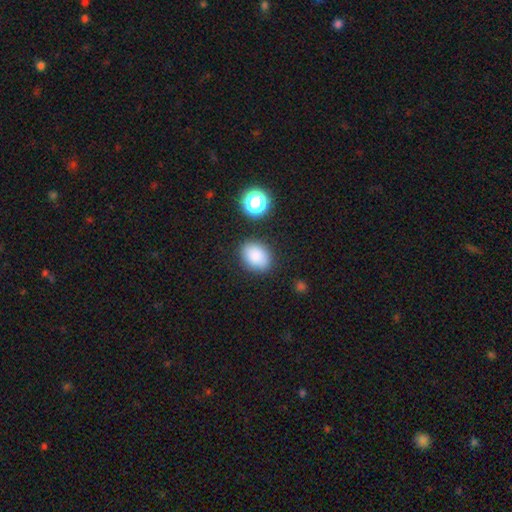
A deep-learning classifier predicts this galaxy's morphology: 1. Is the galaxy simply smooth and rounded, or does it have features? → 85% smooth, 10% star or artifact, 5% featured or disk.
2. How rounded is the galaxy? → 66% in between, 33% round, 1% cigar-shaped.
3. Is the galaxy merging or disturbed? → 83% none, 11% minor disturbance, 3% major disturbance, 3% merger.